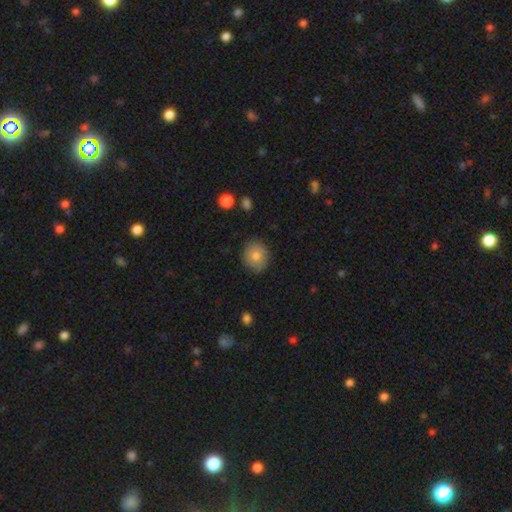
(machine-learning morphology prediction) smooth 78%, featured or disk 13%, star or artifact 8%. Down the decision tree: how rounded — round (82%); merging — none (85%).